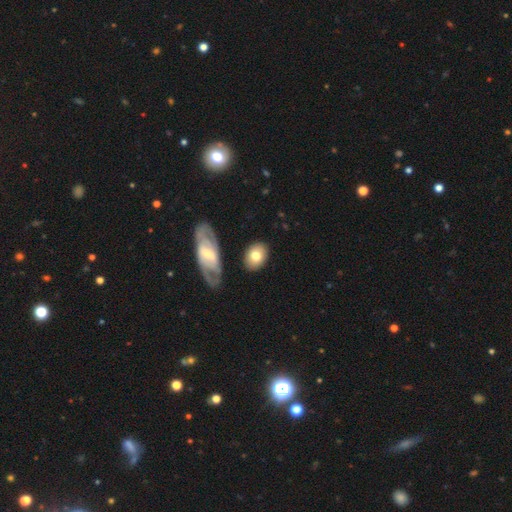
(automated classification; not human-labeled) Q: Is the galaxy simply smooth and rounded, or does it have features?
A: smooth — 69%.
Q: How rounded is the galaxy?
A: in between — 69%.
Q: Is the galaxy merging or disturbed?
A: none — 78%.